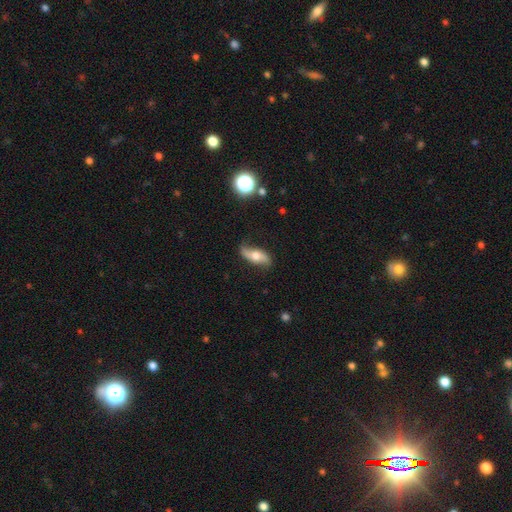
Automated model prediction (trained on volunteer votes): A featured or disk galaxy (65%) with no bar (63%), spiral arms (87%) and a moderate central bulge (65%).

Vote fractions:
- Smooth or featured? featured or disk: 65% / smooth: 28% / star or artifact: 8%
- Edge-on disk? no: 80% / yes: 20%
- Bar? no: 63% / weak: 25% / strong: 12%
- Spiral arms? yes: 87% / no: 13%
- Bulge size? moderate: 65% / small: 18% / large: 13% / none: 3% / dominant: 2%
- Merging? none: 73% / minor disturbance: 19% / major disturbance: 6% / merger: 2%